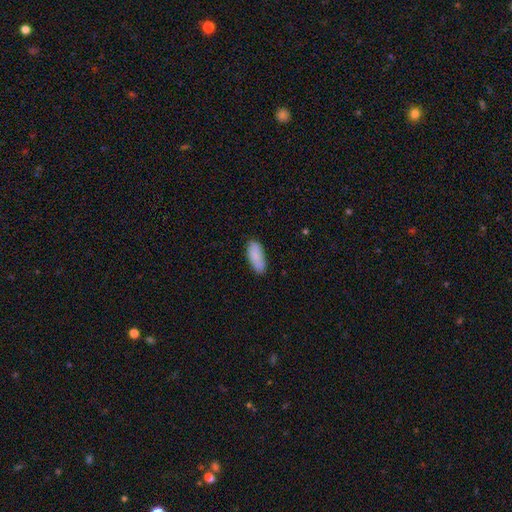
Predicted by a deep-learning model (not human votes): A smooth galaxy with no disk features (87%) that is in between round and cigar-shaped (79%).

Vote fractions:
- Smooth or featured? smooth: 87% / featured or disk: 7% / star or artifact: 6%
- How rounded? in between: 79% / cigar-shaped: 20% / round: 2%
- Merging? none: 82% / minor disturbance: 14% / major disturbance: 2% / merger: 1%